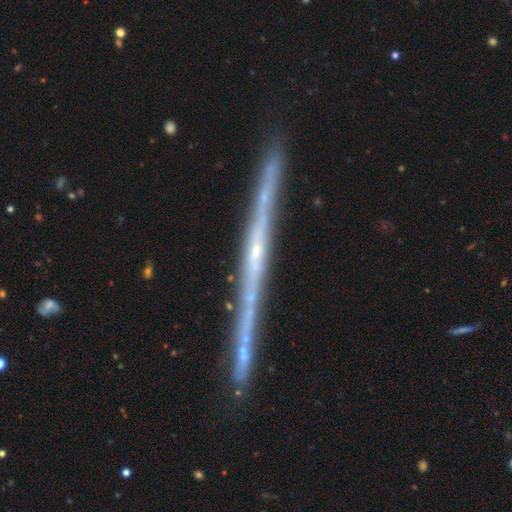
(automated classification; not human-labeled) Overall: featured or disk (80%). Edge-on disk: yes (98%). Edge-on bulge: none (67%). Merging: none (89%).